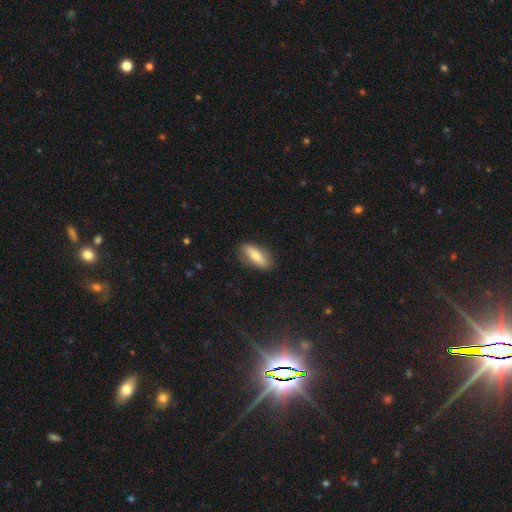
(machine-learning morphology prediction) Smooth or featured? Predicted: smooth (p=0.63). How rounded? Predicted: in between (p=0.57). Merging? Predicted: none (p=0.84).